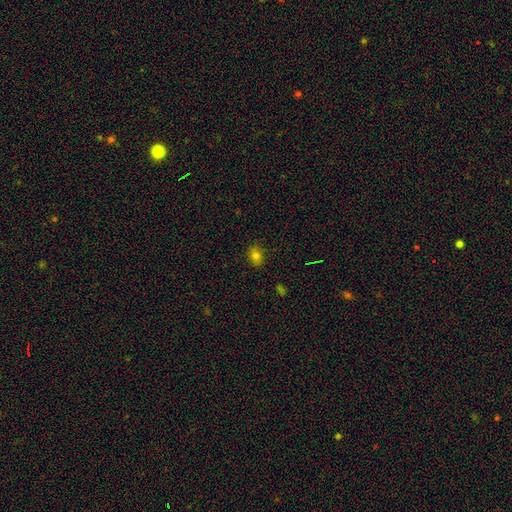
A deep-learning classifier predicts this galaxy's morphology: A smooth galaxy with no disk features (78%) that is in between round and cigar-shaped (56%). Merging: none (84%).